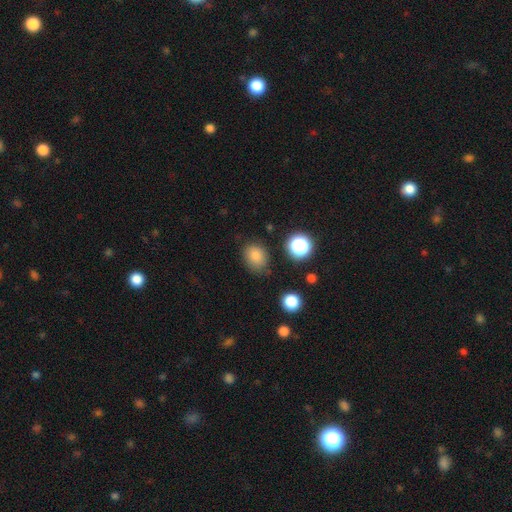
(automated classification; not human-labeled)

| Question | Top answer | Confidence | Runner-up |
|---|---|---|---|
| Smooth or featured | smooth | 81% | star or artifact (14%) |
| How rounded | round | 52% | in between (47%) |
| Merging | none | 76% | minor disturbance (16%) |